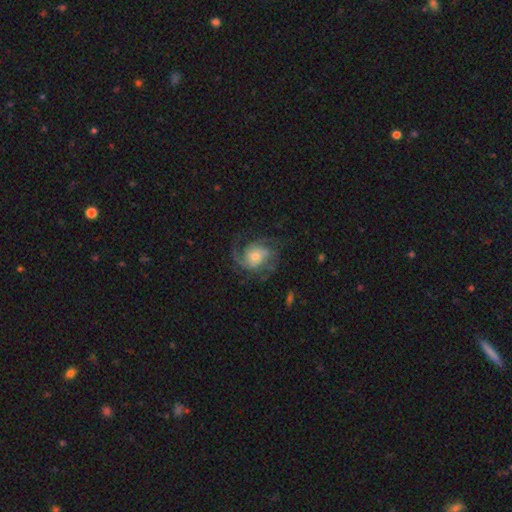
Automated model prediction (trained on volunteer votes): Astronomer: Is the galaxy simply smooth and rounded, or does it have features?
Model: featured or disk — 84%.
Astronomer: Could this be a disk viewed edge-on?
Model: no — 98%.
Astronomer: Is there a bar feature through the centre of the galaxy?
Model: no — 71%.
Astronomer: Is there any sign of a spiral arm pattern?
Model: yes — 96%.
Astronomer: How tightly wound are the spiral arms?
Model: medium — 44% (runner-up: tight, 37%).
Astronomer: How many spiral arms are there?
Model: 2 — 32% (runner-up: 3, 28%).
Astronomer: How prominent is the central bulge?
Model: moderate — 51% (runner-up: small, 35%).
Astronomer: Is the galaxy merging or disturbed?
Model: none — 67%.